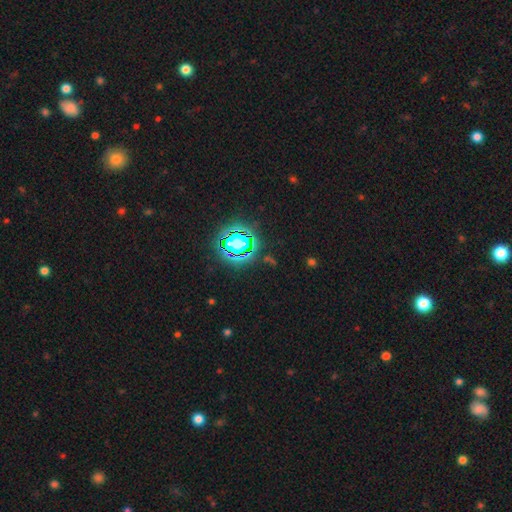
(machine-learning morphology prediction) Smooth or featured? Predicted: star or artifact (p=0.83).